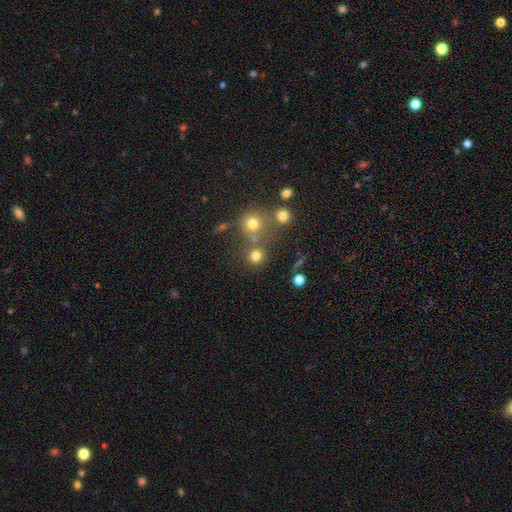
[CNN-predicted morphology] Overall: smooth (76%). How rounded: round (90%). Merging: none (69%).